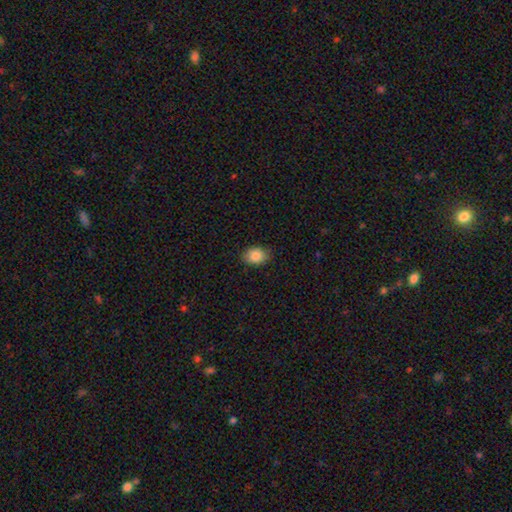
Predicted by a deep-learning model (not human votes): The model was most divided on "how rounded": in between: 74%, round: 25%, cigar-shaped: 1%. More confident: merging — none (87%); smooth or featured — smooth (85%).